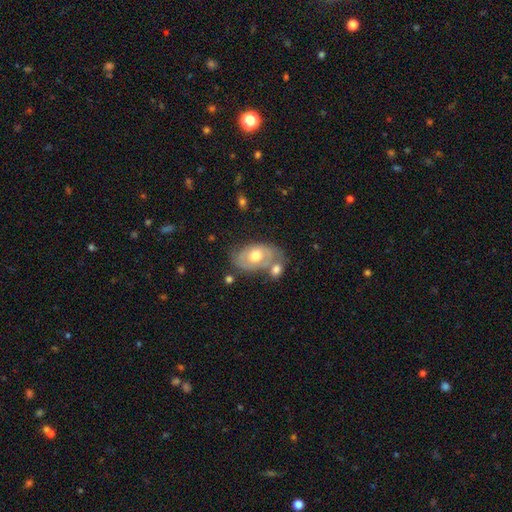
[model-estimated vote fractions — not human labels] smooth_or_featured: featured or disk (p=0.54) [alt: smooth p=0.40]
disk_edge_on: no (p=0.94) [alt: yes p=0.06]
bar: no (p=0.81) [alt: weak p=0.16]
has_spiral_arms: yes (p=0.52) [alt: no p=0.48]
bulge_size: moderate (p=0.74) [alt: large p=0.13]
merging: none (p=0.43) [alt: merger p=0.28]